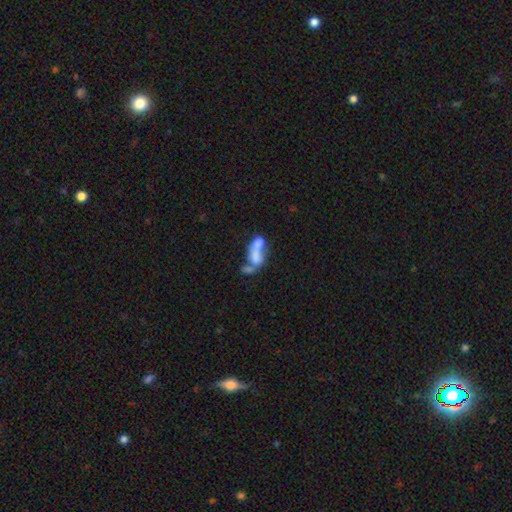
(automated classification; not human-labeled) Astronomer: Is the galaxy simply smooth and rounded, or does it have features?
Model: smooth — 52% (runner-up: featured or disk, 38%).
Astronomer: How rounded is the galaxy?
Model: in between — 80%.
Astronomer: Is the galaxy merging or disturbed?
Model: merger — 61%.